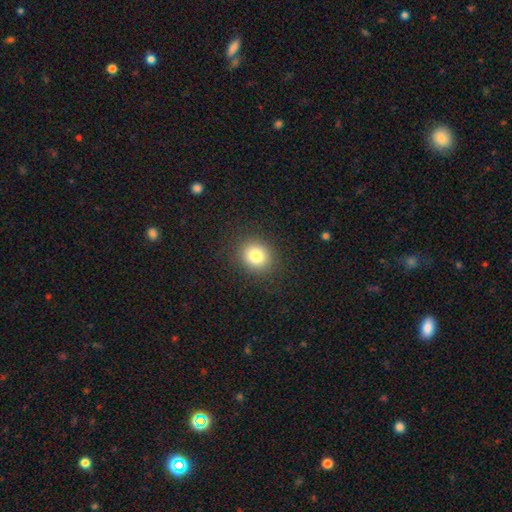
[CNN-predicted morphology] A smooth galaxy with no disk features (80%) that is round (79%). Merging: none (89%).